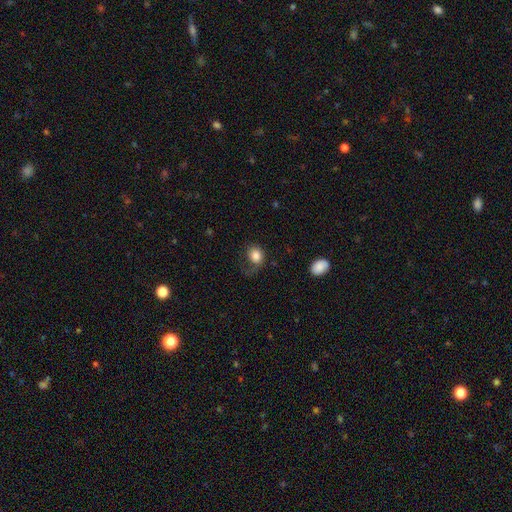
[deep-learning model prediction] The model was most divided on "merging": none: 48%, major disturbance: 27%, minor disturbance: 22%, merger: 3%. More confident: smooth or featured — smooth (82%); how rounded — round (66%).